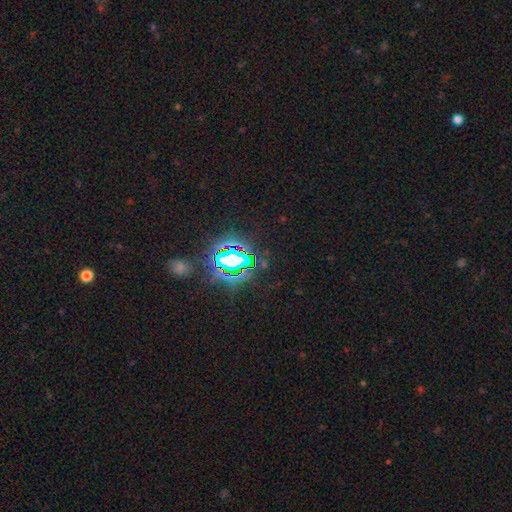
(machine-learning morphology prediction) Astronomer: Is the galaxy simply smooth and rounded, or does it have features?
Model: star or artifact — 83%.